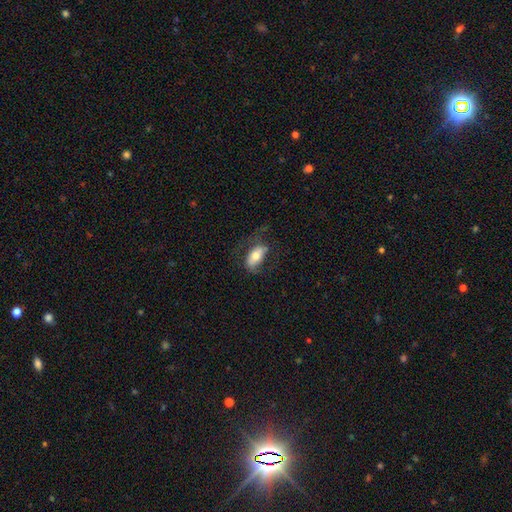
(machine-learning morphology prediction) This appears to be a smooth galaxy with no disk features (63%) that is in between round and cigar-shaped (89%). Merging: none (56%).